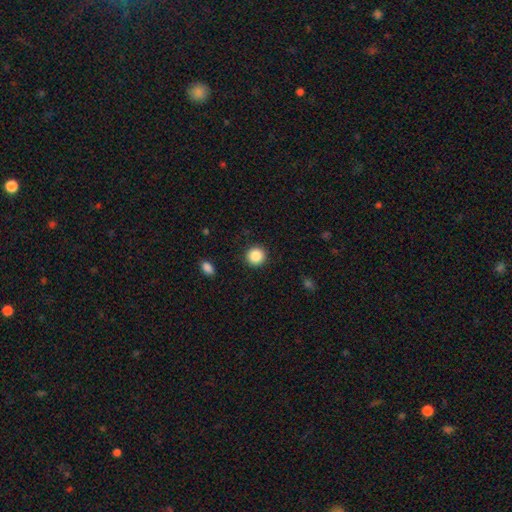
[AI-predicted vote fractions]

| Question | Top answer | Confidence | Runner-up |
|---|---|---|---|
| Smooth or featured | smooth | 87% | star or artifact (9%) |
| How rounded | round | 93% | in between (6%) |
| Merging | none | 92% | minor disturbance (5%) |